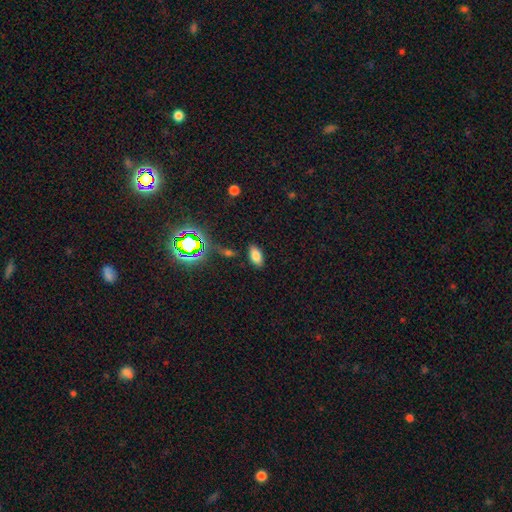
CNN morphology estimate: Smooth or featured?
  - smooth: 74% *
  - star or artifact: 17%
  - featured or disk: 8%
How rounded?
  - in between: 92% *
  - cigar-shaped: 4%
  - round: 4%
Merging?
  - none: 85% *
  - minor disturbance: 9%
  - merger: 3%
  - major disturbance: 3%